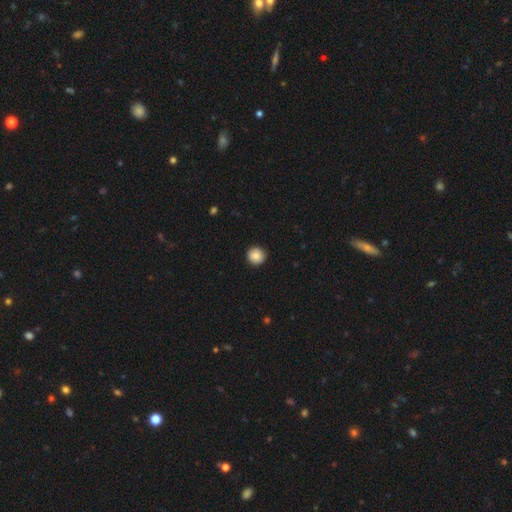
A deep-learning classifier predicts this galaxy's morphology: smooth_or_featured: smooth (p=0.86) [alt: star or artifact p=0.08]
how_rounded: round (p=0.95) [alt: in between p=0.05]
merging: none (p=0.92) [alt: minor disturbance p=0.06]